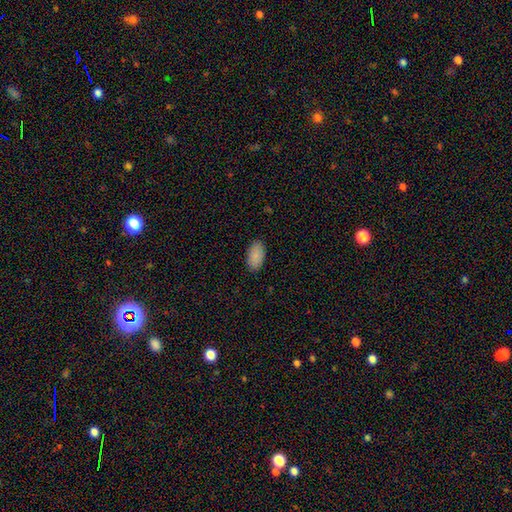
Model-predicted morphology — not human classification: Q: Smooth or featured?
A: smooth (89%); runner-up: star or artifact (7%)
Q: How rounded?
A: in between (95%); runner-up: round (3%)
Q: Merging?
A: none (88%); runner-up: minor disturbance (9%)